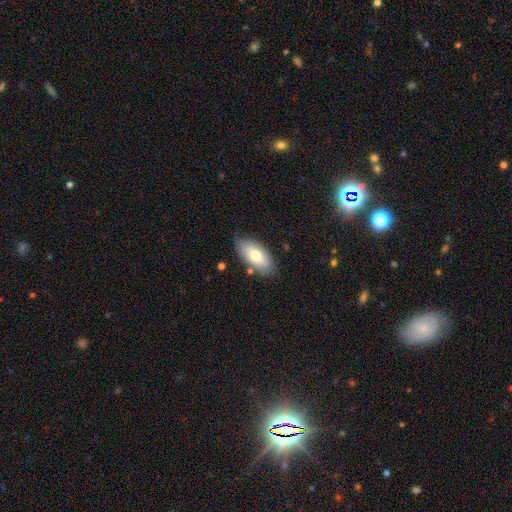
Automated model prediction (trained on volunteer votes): Overall: smooth (73%). How rounded: in between (91%). Merging: none (79%).